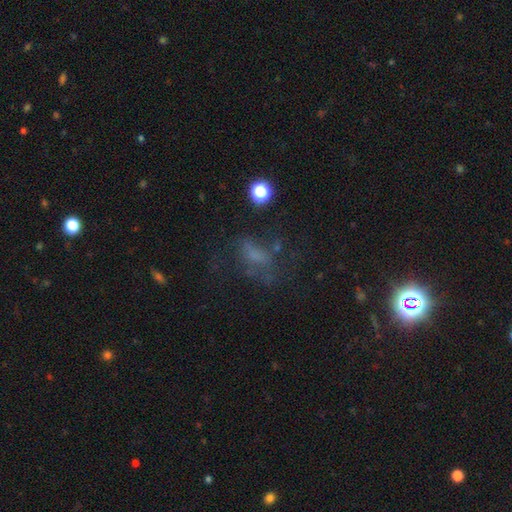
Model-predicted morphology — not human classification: Smooth or featured?
  - smooth: 42% *
  - featured or disk: 30%
  - star or artifact: 28%
Merging?
  - none: 43% *
  - major disturbance: 32%
  - minor disturbance: 20%
  - merger: 5%